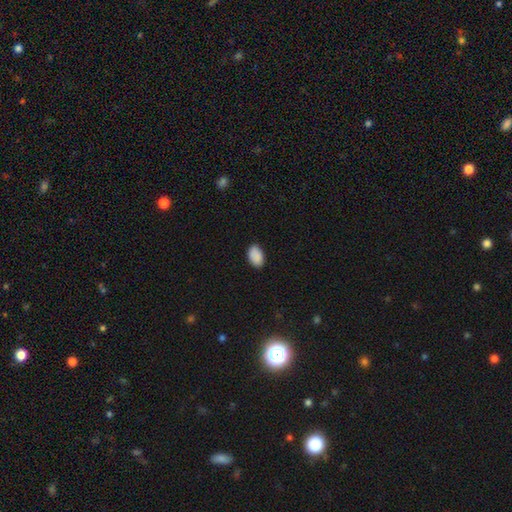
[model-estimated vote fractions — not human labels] smooth_or_featured: smooth (p=0.89) [alt: star or artifact p=0.07]
how_rounded: in between (p=0.90) [alt: round p=0.08]
merging: none (p=0.82) [alt: minor disturbance p=0.14]